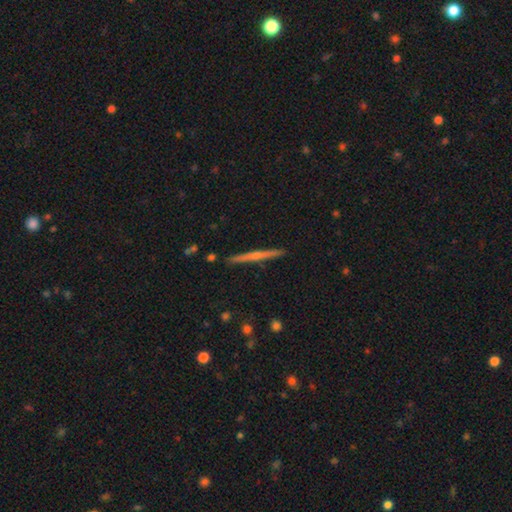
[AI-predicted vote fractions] This is likely a featured or disk galaxy (65%). It is clearly viewed edge-on (98%). Edge-on bulge: possibly rounded (59%). Merging: clearly none (92%).